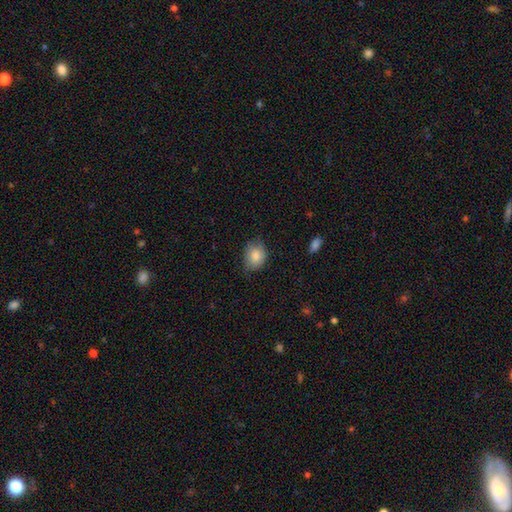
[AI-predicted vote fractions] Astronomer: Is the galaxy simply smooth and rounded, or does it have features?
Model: smooth — 84%.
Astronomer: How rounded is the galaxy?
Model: in between — 54% (runner-up: round, 45%).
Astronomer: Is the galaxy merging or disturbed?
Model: none — 61%.